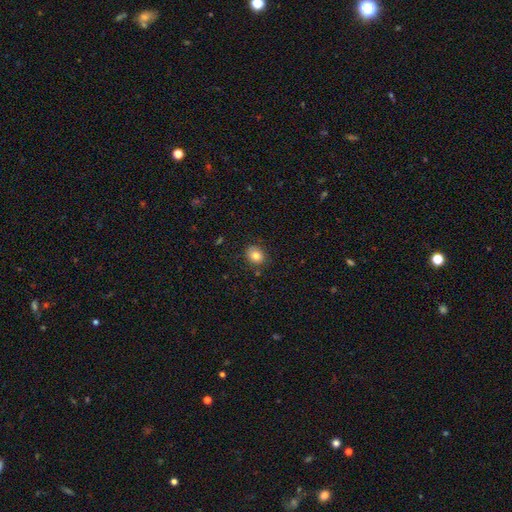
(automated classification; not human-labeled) smooth 82%, star or artifact 10%, featured or disk 8%. Down the decision tree: how rounded — round (56%); merging — none (84%).